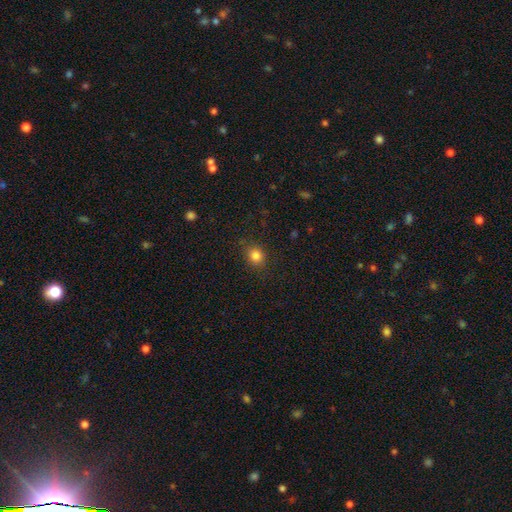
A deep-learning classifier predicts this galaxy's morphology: Overall: smooth (83%). How rounded: round (74%). Merging: none (86%).